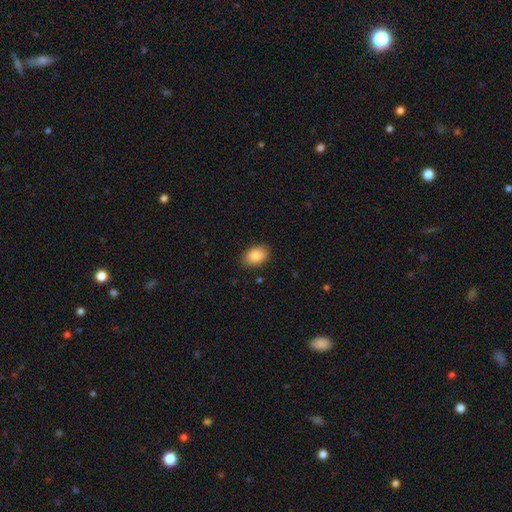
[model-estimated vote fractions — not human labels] This appears to be a smooth galaxy with no disk features (86%) that is in between round and cigar-shaped (84%). Merging: none (86%).